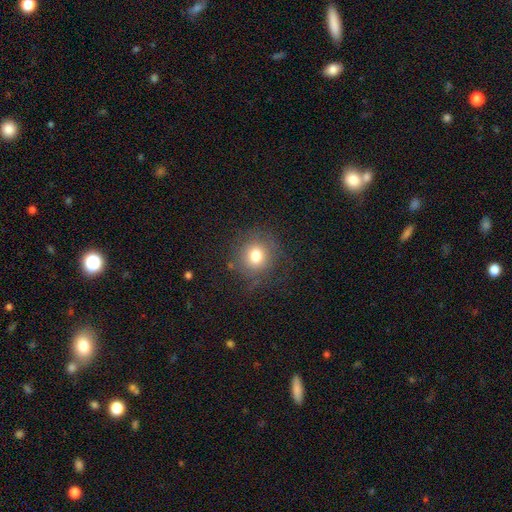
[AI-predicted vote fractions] Smooth or featured? smooth (74%)
How rounded? round (90%)
Merging? none (78%)